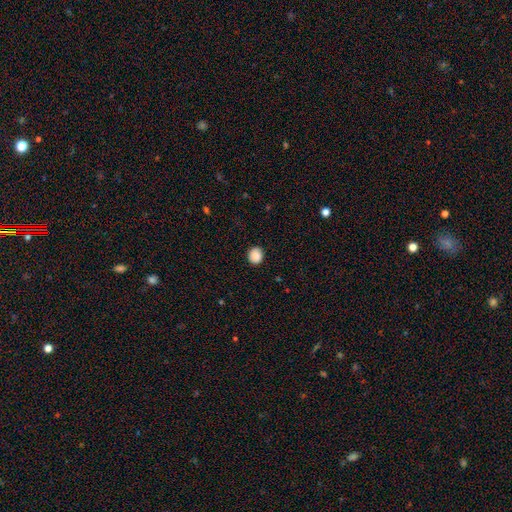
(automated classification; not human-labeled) Smooth or featured? smooth (88%)
How rounded? round (81%)
Merging? none (90%)